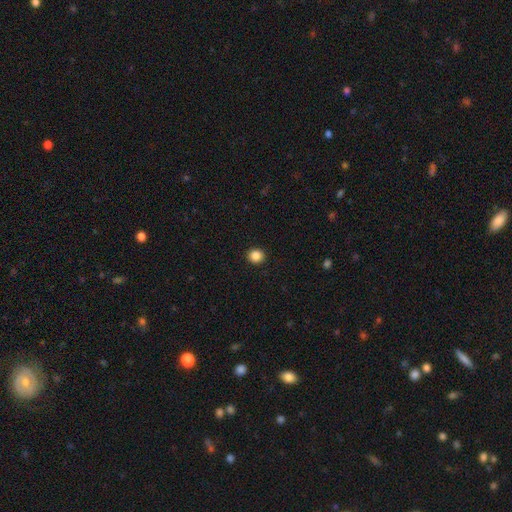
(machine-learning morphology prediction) This is clearly a smooth galaxy (86%). How rounded: clearly round (86%). Merging: clearly none (92%).